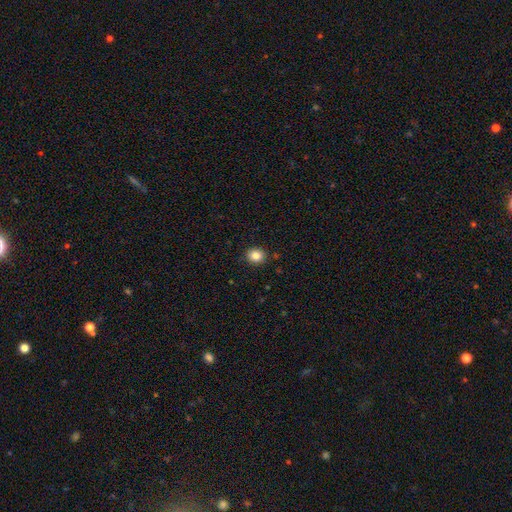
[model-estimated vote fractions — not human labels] A smooth galaxy with no disk features (85%) that is round (72%).

Vote fractions:
- Smooth or featured? smooth: 85% / star or artifact: 10% / featured or disk: 5%
- How rounded? round: 72% / in between: 27% / cigar-shaped: 1%
- Merging? none: 90% / minor disturbance: 7% / major disturbance: 2% / merger: 1%